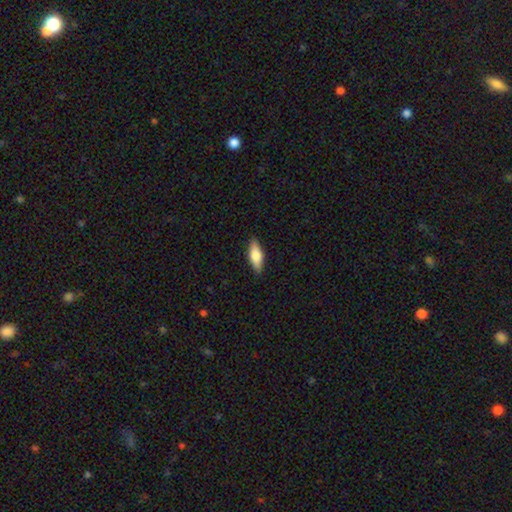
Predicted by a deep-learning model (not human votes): The model was most divided on "how rounded": in between: 64%, cigar-shaped: 34%, round: 3%. More confident: merging — none (88%); smooth or featured — smooth (67%).